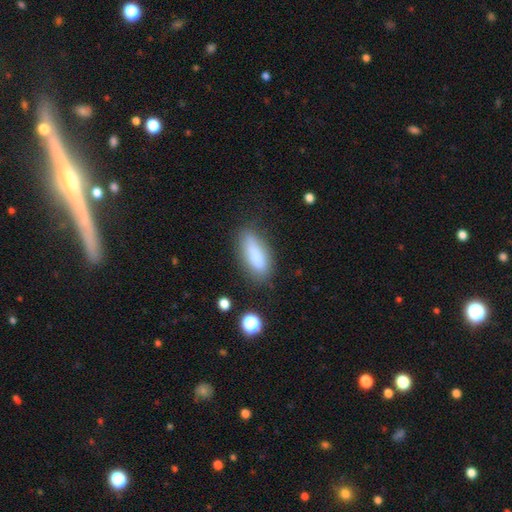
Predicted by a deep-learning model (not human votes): smooth_or_featured: smooth (p=0.82) [alt: featured or disk p=0.10]
how_rounded: in between (p=0.64) [alt: cigar-shaped p=0.34]
merging: none (p=0.77) [alt: minor disturbance p=0.15]